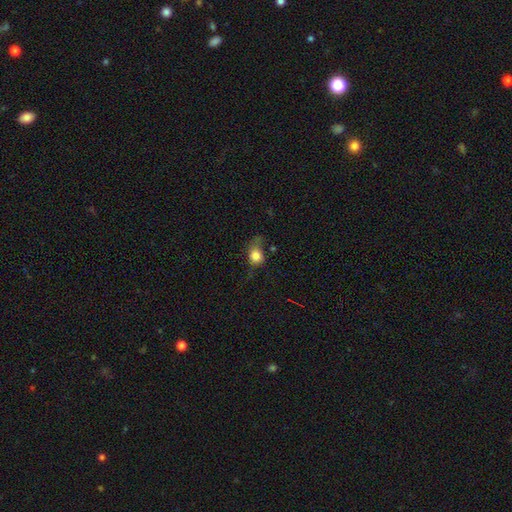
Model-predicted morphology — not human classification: smooth_or_featured: smooth (p=0.78) [alt: featured or disk p=0.11]
how_rounded: round (p=0.63) [alt: in between p=0.35]
merging: none (p=0.41) [alt: minor disturbance p=0.32]